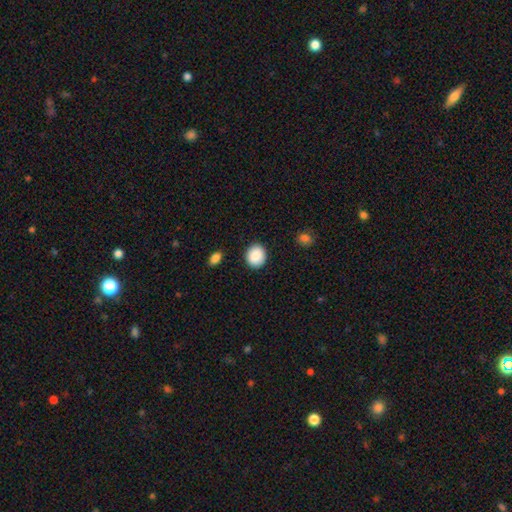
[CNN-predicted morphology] Smooth or featured: smooth — 88% (star or artifact — 7%)
How rounded: round — 67% (in between — 32%)
Merging: none — 90% (minor disturbance — 7%)